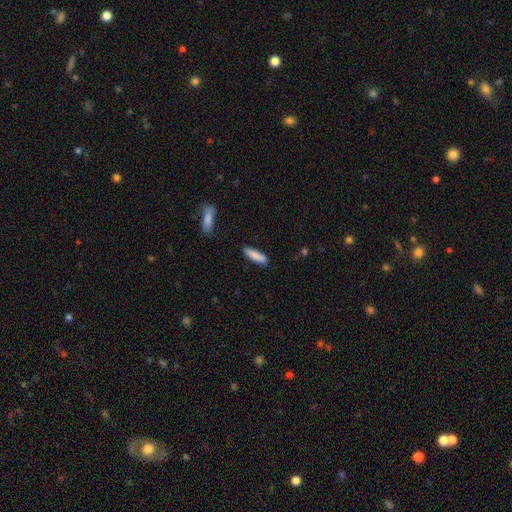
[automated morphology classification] Smooth or featured? Predicted: smooth (p=0.86). How rounded? Predicted: cigar-shaped (p=0.72). Merging? Predicted: none (p=0.86).